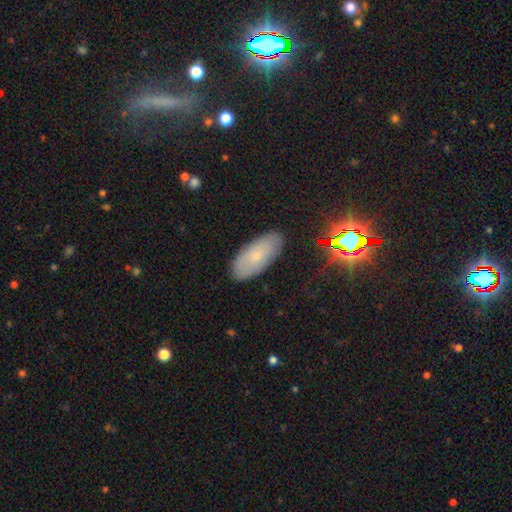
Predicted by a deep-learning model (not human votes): smooth 64%, featured or disk 25%, star or artifact 12%. Down the decision tree: how rounded — in between (89%); merging — none (84%).